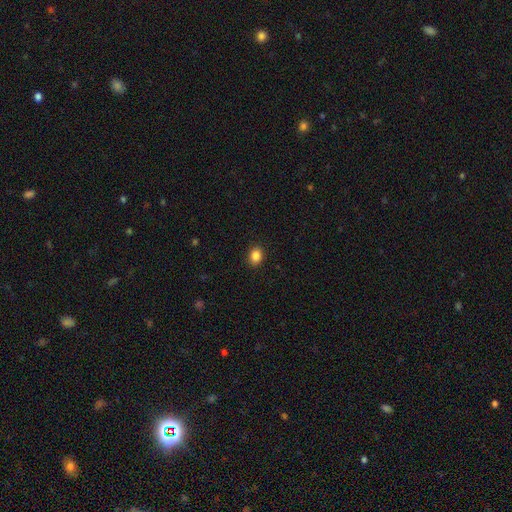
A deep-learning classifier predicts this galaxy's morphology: smooth 87%, star or artifact 10%, featured or disk 3%. Down the decision tree: how rounded — in between (52%); merging — none (90%).